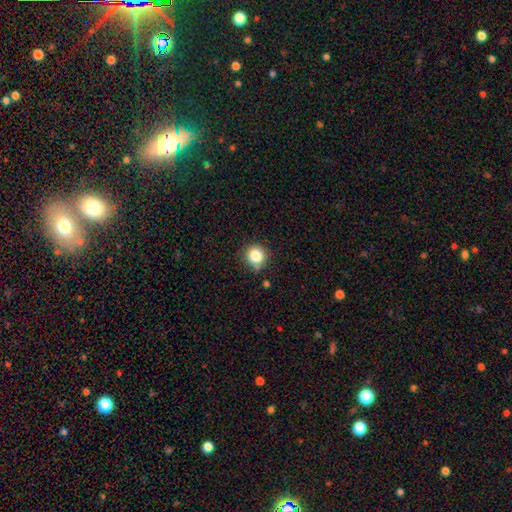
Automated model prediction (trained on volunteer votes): The model was most divided on "merging": none: 78%, minor disturbance: 15%, merger: 4%, major disturbance: 3%. More confident: how rounded — round (92%); smooth or featured — smooth (83%).